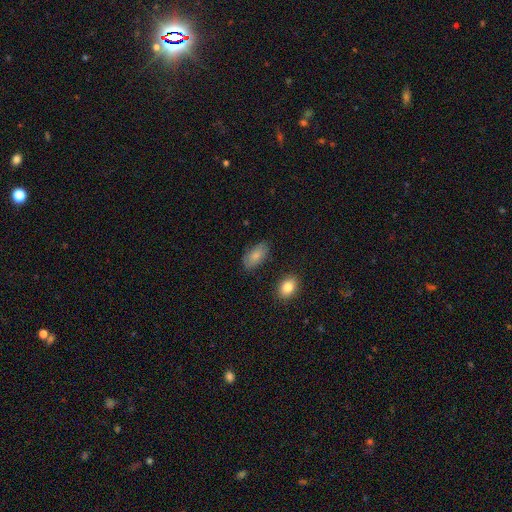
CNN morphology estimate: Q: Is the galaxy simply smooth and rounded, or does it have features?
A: smooth — 80%.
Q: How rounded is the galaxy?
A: in between — 94%.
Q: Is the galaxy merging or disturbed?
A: none — 77%.